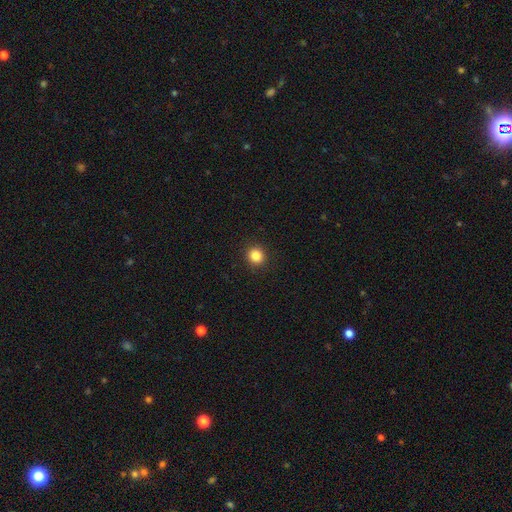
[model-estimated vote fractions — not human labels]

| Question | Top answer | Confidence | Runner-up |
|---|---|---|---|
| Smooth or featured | smooth | 85% | star or artifact (11%) |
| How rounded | round | 87% | in between (12%) |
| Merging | none | 91% | minor disturbance (6%) |